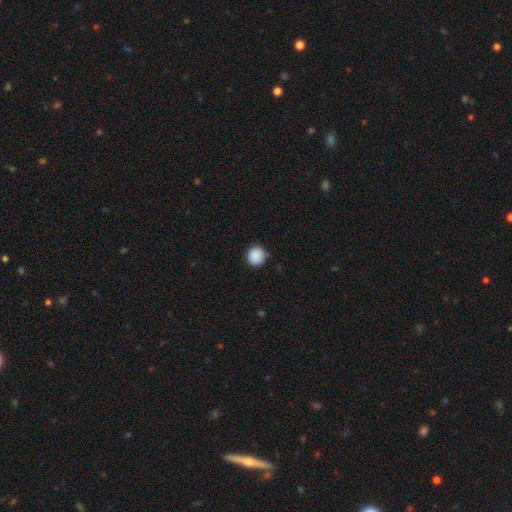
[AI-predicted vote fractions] A smooth galaxy with no disk features (89%) that is round (93%).

Vote fractions:
- Smooth or featured? smooth: 89% / star or artifact: 8% / featured or disk: 3%
- How rounded? round: 93% / in between: 6% / cigar-shaped: 1%
- Merging? none: 87% / minor disturbance: 10% / major disturbance: 2% / merger: 1%